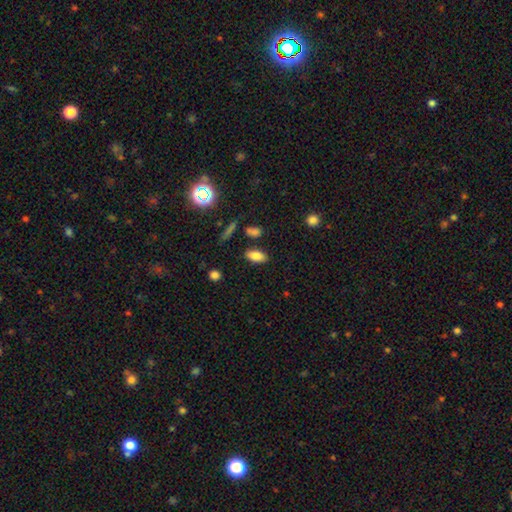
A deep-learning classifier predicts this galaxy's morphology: Smooth or featured: smooth — 81% (star or artifact — 9%)
How rounded: in between — 88% (cigar-shaped — 9%)
Merging: none — 83% (minor disturbance — 10%)